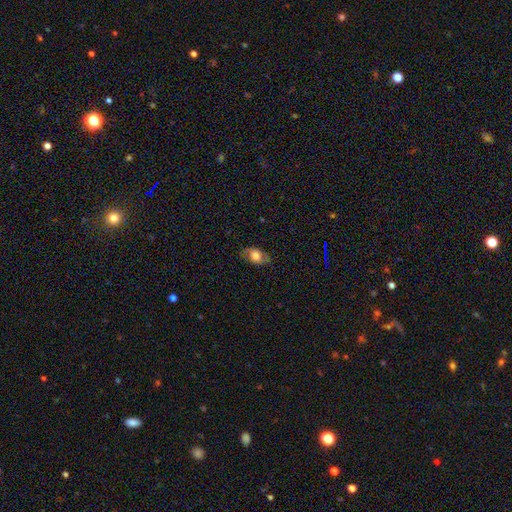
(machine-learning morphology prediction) Smooth or featured? Predicted: smooth (p=0.58). How rounded? Predicted: in between (p=0.79). Merging? Predicted: none (p=0.71).